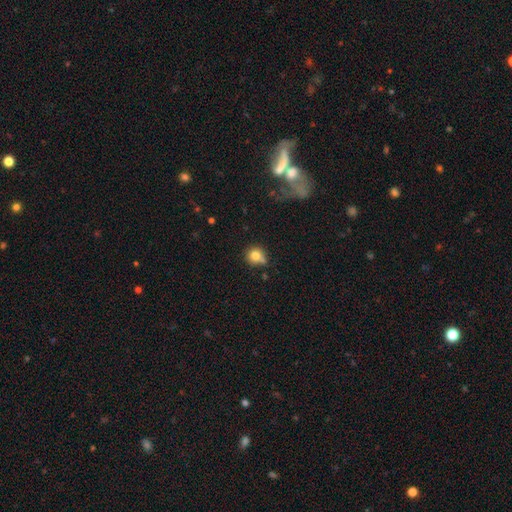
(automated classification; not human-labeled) Smooth or featured? smooth (78%)
How rounded? round (89%)
Merging? none (60%)